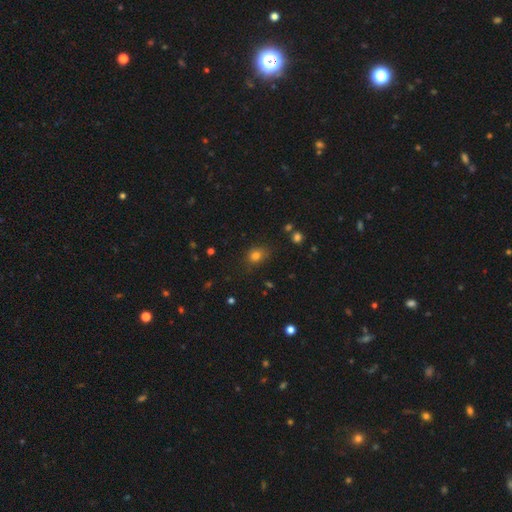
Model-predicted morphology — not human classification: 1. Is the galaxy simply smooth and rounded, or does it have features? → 78% smooth, 15% star or artifact, 7% featured or disk.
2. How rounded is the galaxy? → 56% round, 43% in between, 1% cigar-shaped.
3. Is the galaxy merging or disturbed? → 73% none, 19% minor disturbance, 5% major disturbance, 3% merger.